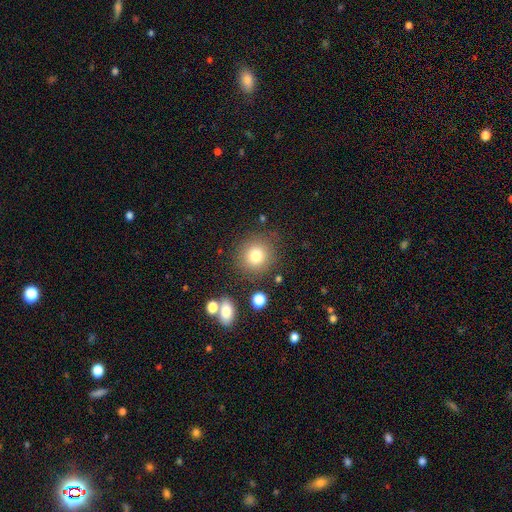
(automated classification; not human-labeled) Overall: smooth (79%). How rounded: round (90%). Merging: none (82%).